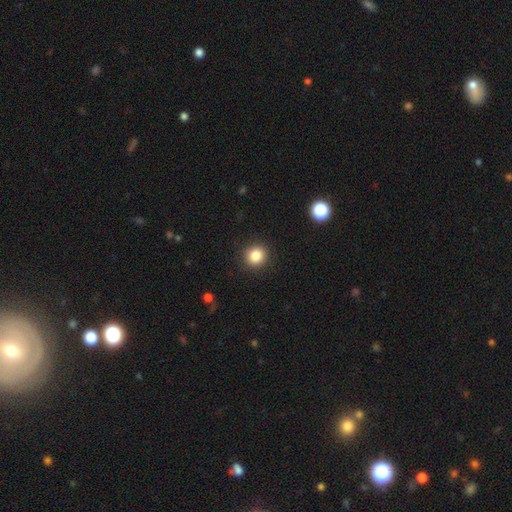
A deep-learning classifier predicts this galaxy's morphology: Smooth or featured? Predicted: smooth (p=0.84). How rounded? Predicted: round (p=0.89). Merging? Predicted: none (p=0.91).